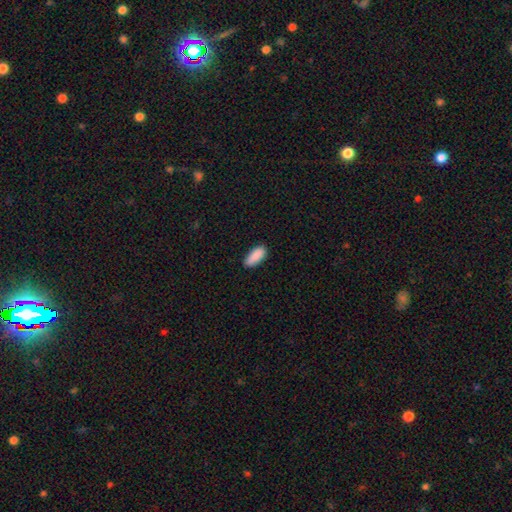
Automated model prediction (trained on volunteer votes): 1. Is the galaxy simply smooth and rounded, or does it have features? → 90% smooth, 6% star or artifact, 3% featured or disk.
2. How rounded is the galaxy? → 82% in between, 16% cigar-shaped, 2% round.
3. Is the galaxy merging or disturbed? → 83% none, 14% minor disturbance, 2% major disturbance, 1% merger.